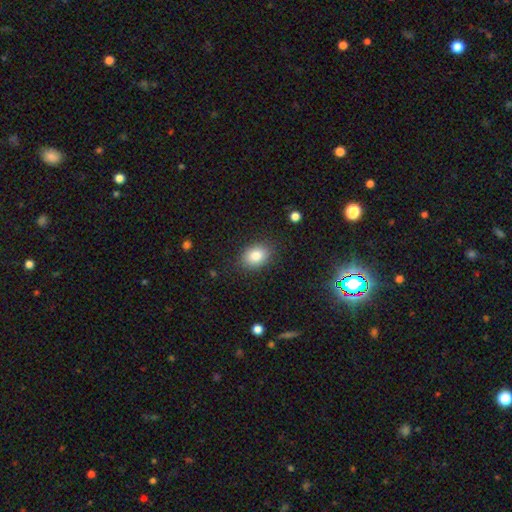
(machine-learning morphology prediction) A smooth galaxy with no disk features (84%) that is in between round and cigar-shaped (70%).

Vote fractions:
- Smooth or featured? smooth: 84% / star or artifact: 9% / featured or disk: 7%
- How rounded? in between: 70% / round: 29% / cigar-shaped: 1%
- Merging? none: 85% / minor disturbance: 11% / major disturbance: 3% / merger: 1%